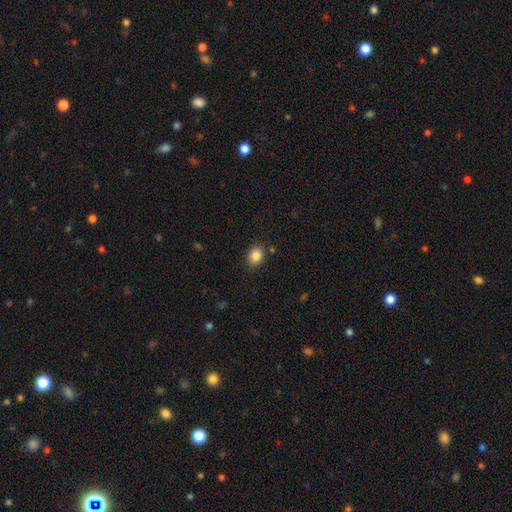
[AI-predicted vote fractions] Smooth or featured?
  - smooth: 86% *
  - star or artifact: 9%
  - featured or disk: 4%
How rounded?
  - in between: 55% *
  - round: 44%
  - cigar-shaped: 1%
Merging?
  - none: 86% *
  - minor disturbance: 9%
  - major disturbance: 3%
  - merger: 2%